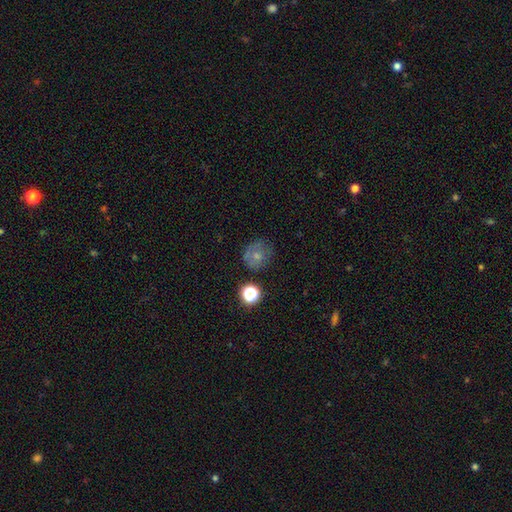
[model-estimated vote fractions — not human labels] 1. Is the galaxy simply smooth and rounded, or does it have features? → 68% smooth, 18% featured or disk, 14% star or artifact.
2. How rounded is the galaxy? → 79% round, 20% in between, 1% cigar-shaped.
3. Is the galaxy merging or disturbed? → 62% none, 22% minor disturbance, 12% major disturbance, 4% merger.